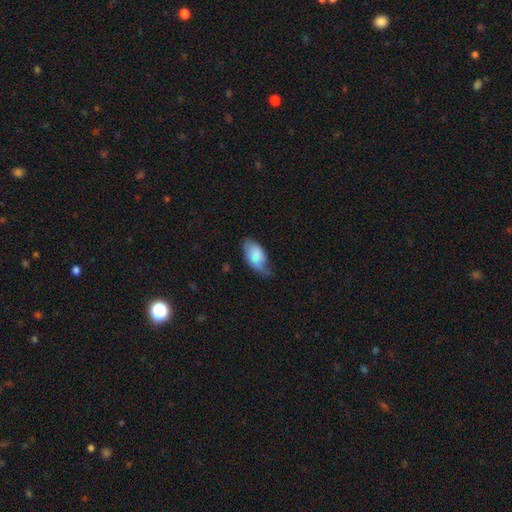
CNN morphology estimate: Smooth or featured? Predicted: smooth (p=0.79). How rounded? Predicted: in between (p=0.94). Merging? Predicted: none (p=0.46).